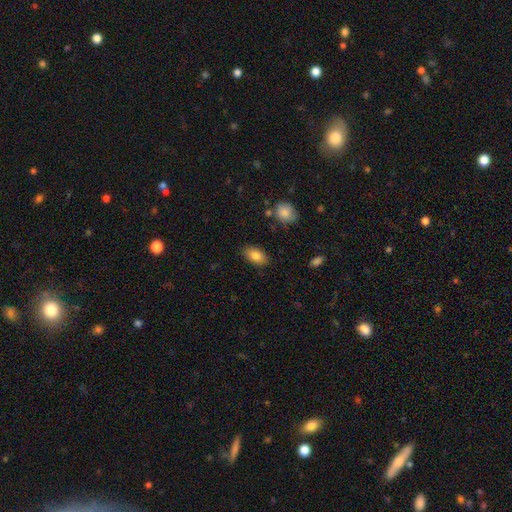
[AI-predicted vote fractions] Smooth or featured: smooth — 82% (featured or disk — 10%)
How rounded: in between — 91% (round — 7%)
Merging: none — 85% (minor disturbance — 11%)